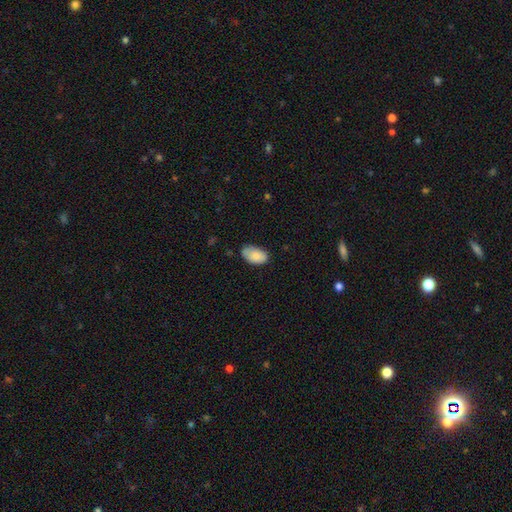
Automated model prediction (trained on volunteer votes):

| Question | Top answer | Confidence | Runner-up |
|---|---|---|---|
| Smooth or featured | smooth | 82% | featured or disk (11%) |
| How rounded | in between | 94% | round (5%) |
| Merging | none | 65% | minor disturbance (28%) |